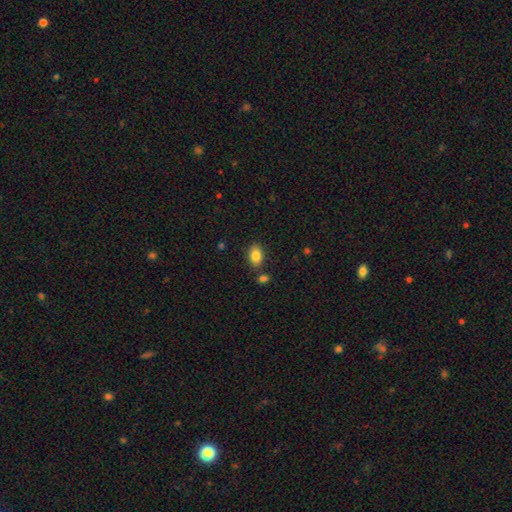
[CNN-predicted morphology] Smooth or featured?
  - smooth: 85% *
  - star or artifact: 8%
  - featured or disk: 7%
How rounded?
  - in between: 85% *
  - round: 14%
  - cigar-shaped: 1%
Merging?
  - none: 80% *
  - minor disturbance: 11%
  - merger: 7%
  - major disturbance: 2%